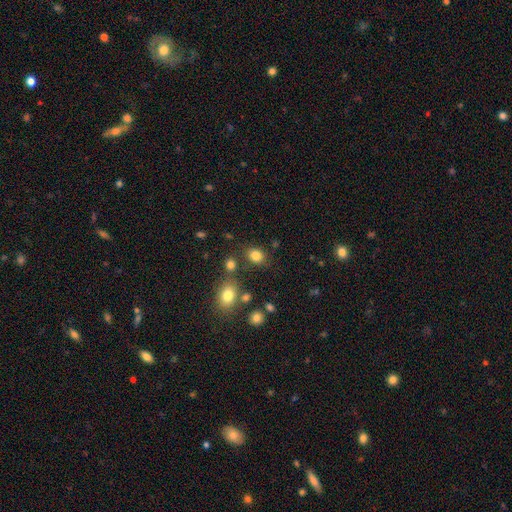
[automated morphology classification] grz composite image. It shows a smooth galaxy with no disk features (82%) that is in between round and cigar-shaped (55%). Merging: none (77%).